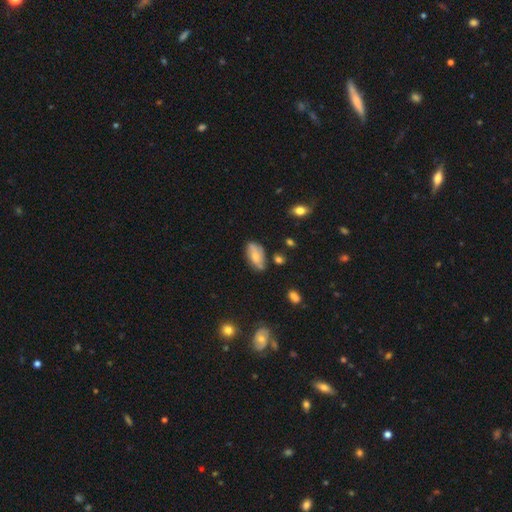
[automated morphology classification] Smooth or featured? Predicted: smooth (p=0.60). How rounded? Predicted: in between (p=0.90). Merging? Predicted: none (p=0.59).